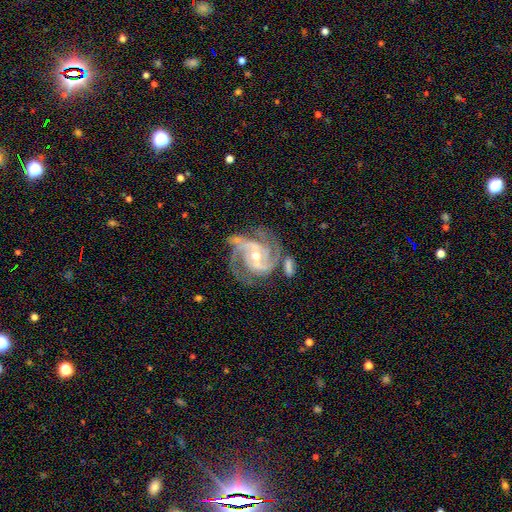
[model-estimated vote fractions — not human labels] This appears to be a featured or disk galaxy (92%) with a weak bar (40%), 3 (47%) tight (48%) spiral arms (98%) and a moderate central bulge (57%). Merging: none (59%).